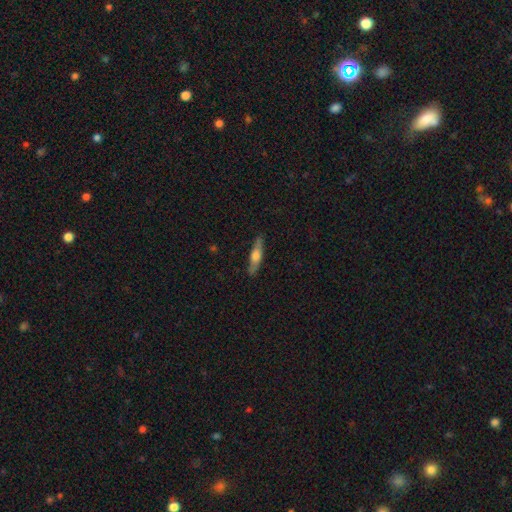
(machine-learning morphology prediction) type=smooth (49%); merging=none (86%).